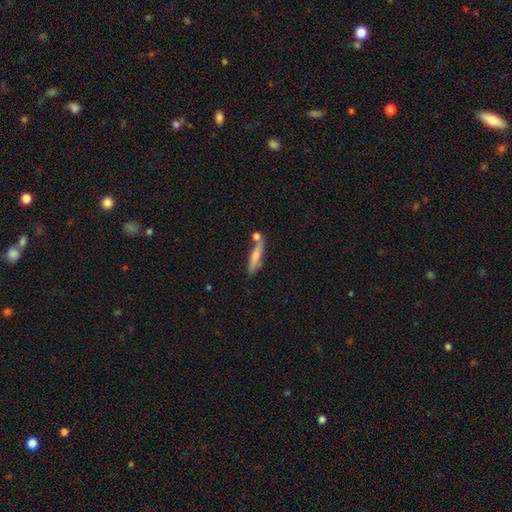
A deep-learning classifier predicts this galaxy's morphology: The model was most divided on "smooth or featured": smooth: 61%, featured or disk: 32%, star or artifact: 7%. More confident: how rounded — cigar-shaped (84%); merging — none (60%).